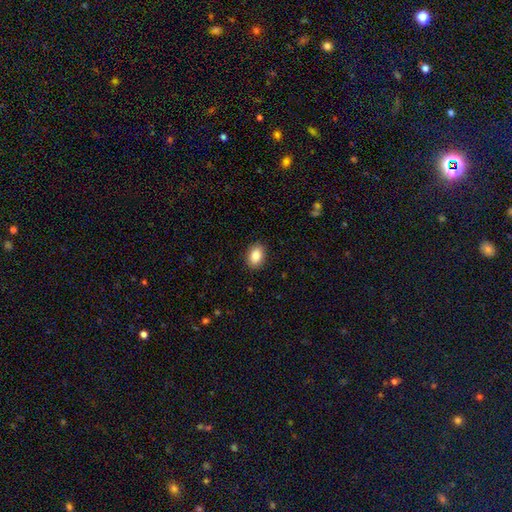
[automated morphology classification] This appears to be a smooth galaxy with no disk features (87%) that is in between round and cigar-shaped (82%). Merging: none (89%).